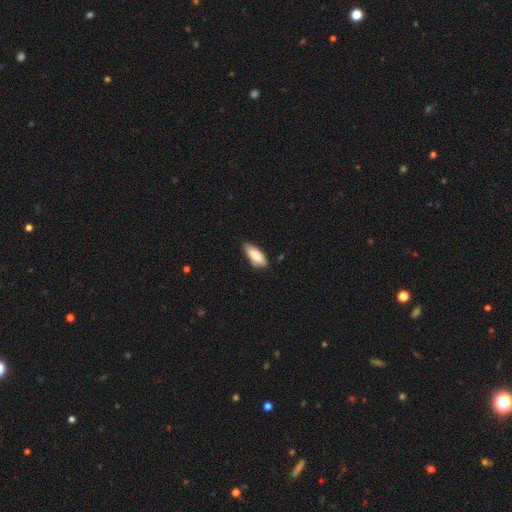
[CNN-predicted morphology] A smooth galaxy with no disk features (85%) that is in between round and cigar-shaped (79%).

Vote fractions:
- Smooth or featured? smooth: 85% / featured or disk: 9% / star or artifact: 6%
- How rounded? in between: 79% / cigar-shaped: 20% / round: 2%
- Merging? none: 70% / minor disturbance: 25% / major disturbance: 3% / merger: 2%